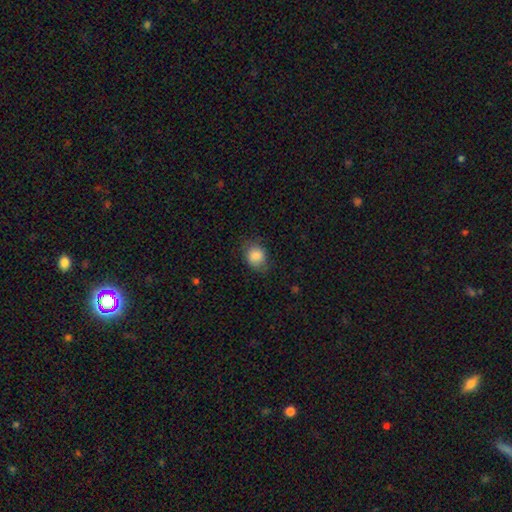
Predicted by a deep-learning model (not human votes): Overall: smooth (86%). How rounded: round (54%; in between 45%). Merging: none (73%).